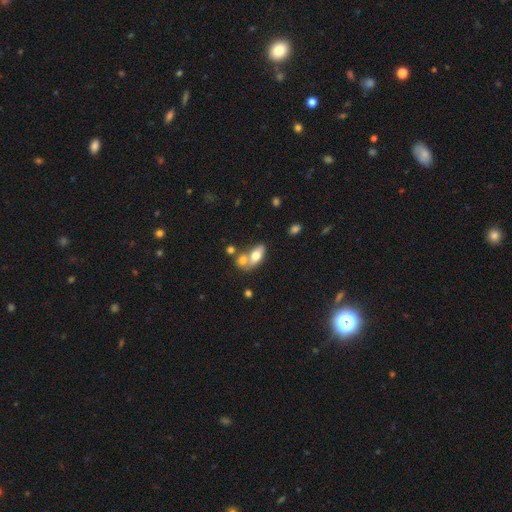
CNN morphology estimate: smooth-or-featured: smooth: 66% | featured or disk: 26% | star or artifact: 8%
  how-rounded: in between: 82% | cigar-shaped: 11% | round: 7%
  merging: merger: 47% | none: 36% | minor disturbance: 12% | major disturbance: 6%